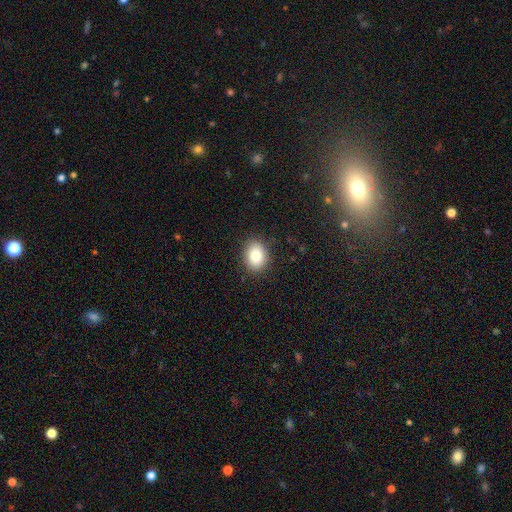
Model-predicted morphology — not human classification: Smooth or featured?
  - smooth: 83% *
  - star or artifact: 9%
  - featured or disk: 8%
How rounded?
  - in between: 63% *
  - round: 36%
  - cigar-shaped: 1%
Merging?
  - none: 89% *
  - minor disturbance: 8%
  - major disturbance: 2%
  - merger: 1%